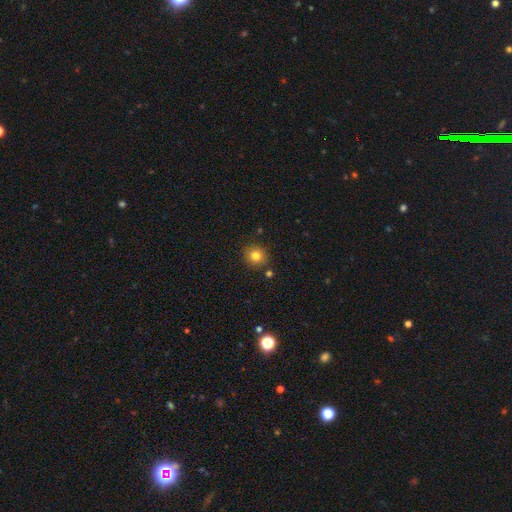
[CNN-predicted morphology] The model was most divided on "smooth or featured": smooth: 80%, star or artifact: 12%, featured or disk: 7%. More confident: how rounded — round (89%); merging — none (84%).